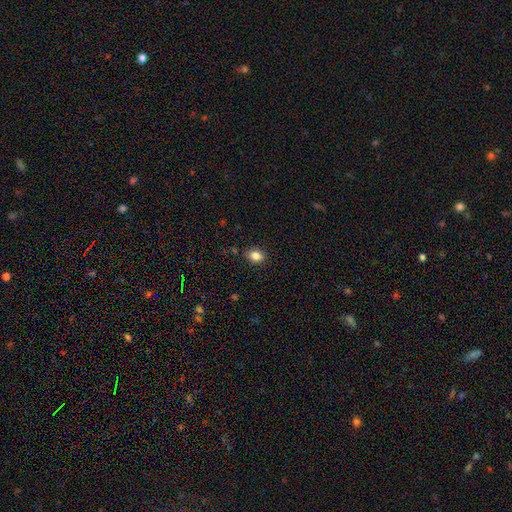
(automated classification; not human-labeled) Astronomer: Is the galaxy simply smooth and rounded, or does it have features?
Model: smooth — 84%.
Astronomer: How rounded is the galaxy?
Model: in between — 65%.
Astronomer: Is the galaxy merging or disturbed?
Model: none — 86%.